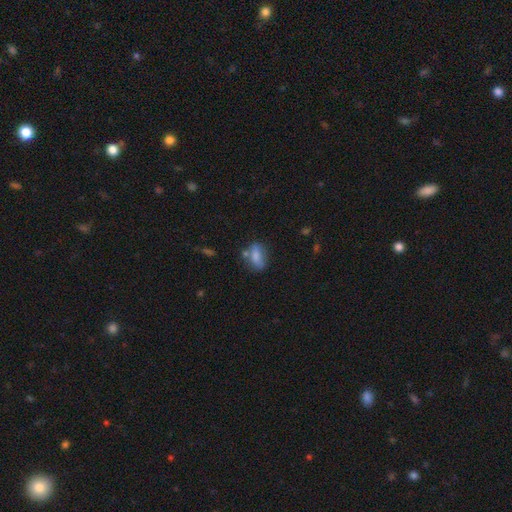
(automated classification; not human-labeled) Smooth or featured? Predicted: smooth (p=0.76). How rounded? Predicted: in between (p=0.80). Merging? Predicted: none (p=0.61).